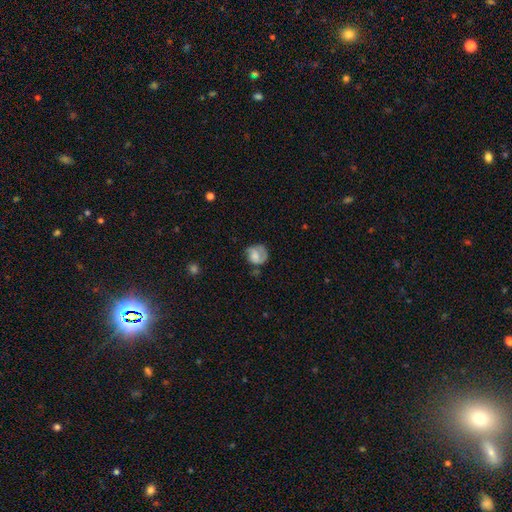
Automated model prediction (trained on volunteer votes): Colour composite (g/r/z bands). It shows a smooth galaxy with no disk features (60%) that is round (70%). Merging: none (48%).